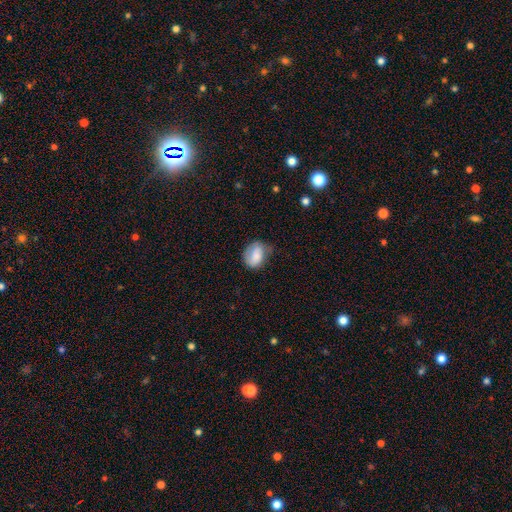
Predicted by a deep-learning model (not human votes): Overall: smooth (73%). How rounded: in between (59%; round 40%). Merging: none (49%; minor disturbance 35%).